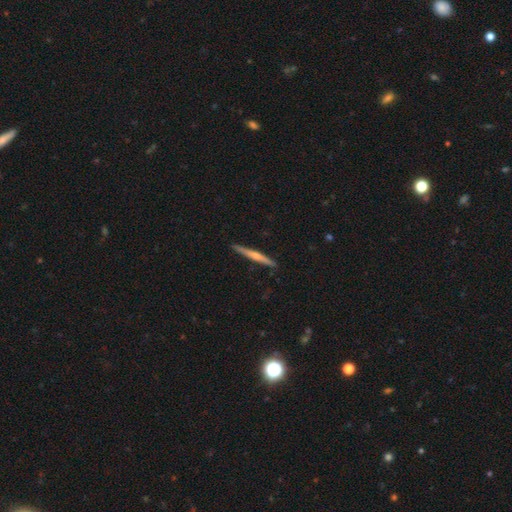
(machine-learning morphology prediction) smooth_or_featured: featured or disk (p=0.56) [alt: smooth p=0.39]
disk_edge_on: yes (p=0.97) [alt: no p=0.03]
edge_on_bulge: rounded (p=0.65) [alt: none p=0.28]
merging: none (p=0.90) [alt: minor disturbance p=0.07]